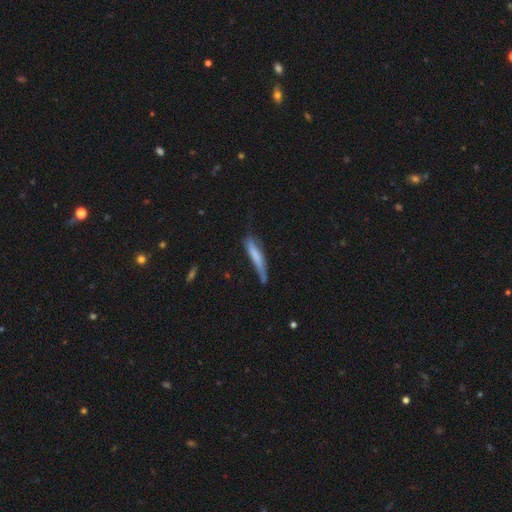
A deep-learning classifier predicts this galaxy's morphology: A smooth galaxy with no disk features (65%) that is cigar-shaped (91%). Merging: none (46%).